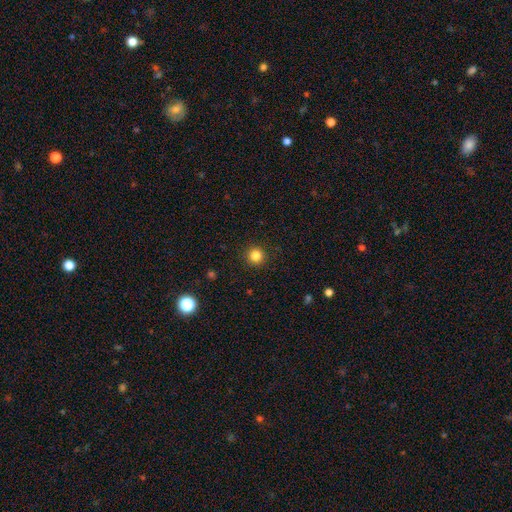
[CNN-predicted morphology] smooth-or-featured: smooth: 83% | star or artifact: 13% | featured or disk: 4%
  how-rounded: round: 95% | in between: 4% | cigar-shaped: 1%
  merging: none: 92% | minor disturbance: 5% | major disturbance: 2% | merger: 1%